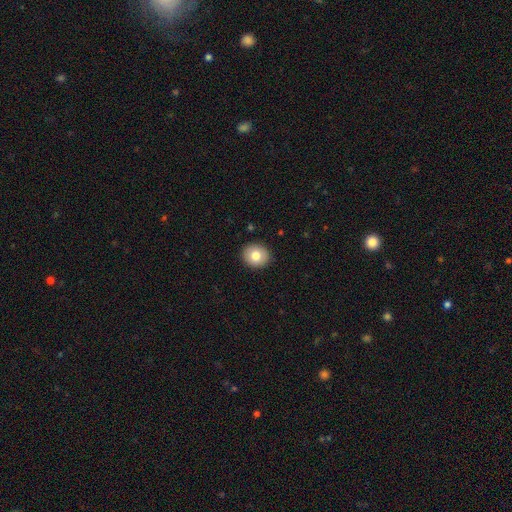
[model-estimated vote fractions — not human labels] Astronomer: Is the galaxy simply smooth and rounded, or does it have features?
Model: smooth — 79%.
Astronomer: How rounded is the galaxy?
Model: round — 77%.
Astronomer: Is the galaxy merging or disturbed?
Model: none — 91%.